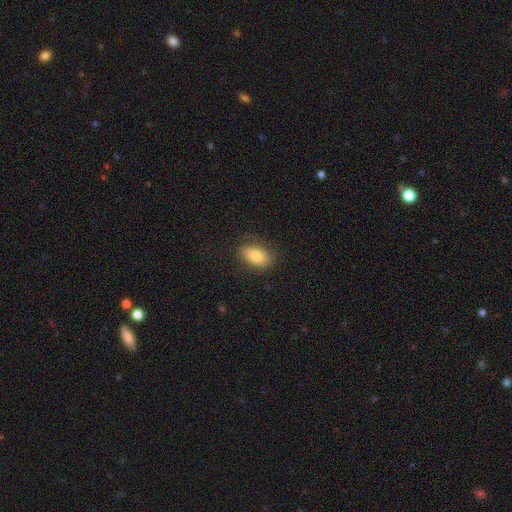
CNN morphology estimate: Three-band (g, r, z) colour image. It shows a smooth galaxy with no disk features (82%) that is in between round and cigar-shaped (89%). Merging: none (80%).